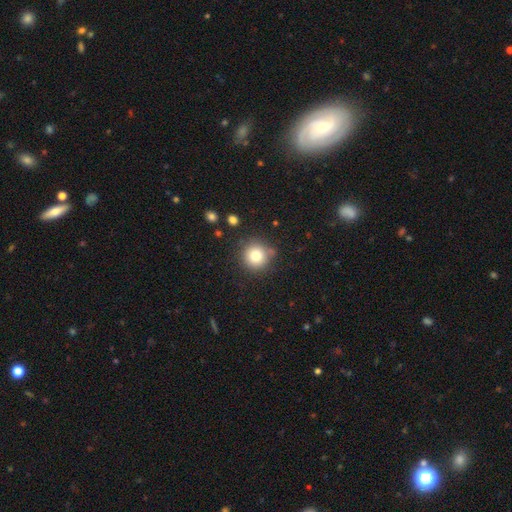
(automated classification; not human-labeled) A smooth galaxy with no disk features (78%) that is round (94%).

Vote fractions:
- Smooth or featured? smooth: 78% / star or artifact: 12% / featured or disk: 10%
- How rounded? round: 94% / in between: 5% / cigar-shaped: 1%
- Merging? none: 82% / minor disturbance: 11% / merger: 4% / major disturbance: 3%